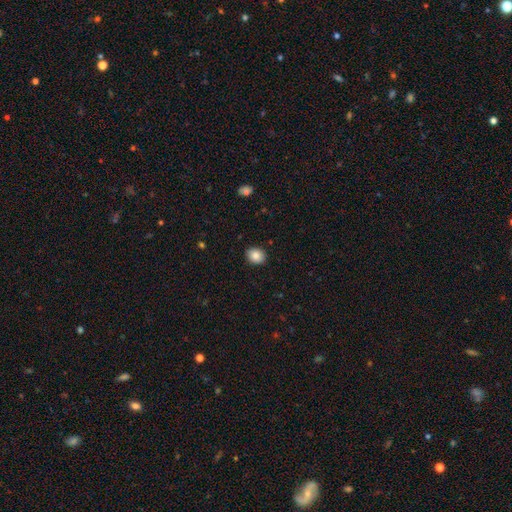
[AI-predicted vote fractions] Smooth or featured: smooth — 87% (star or artifact — 8%)
How rounded: round — 52% (in between — 47%)
Merging: none — 89% (minor disturbance — 8%)